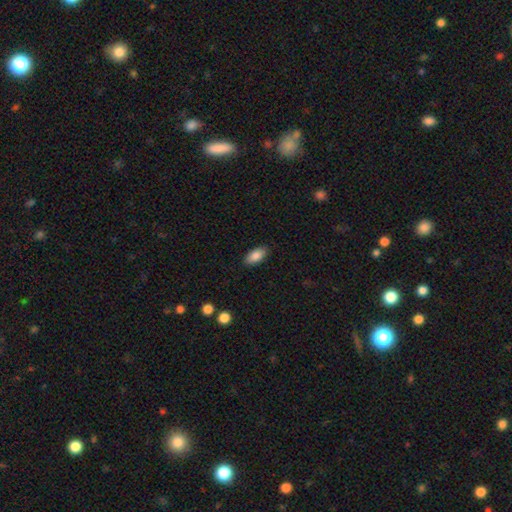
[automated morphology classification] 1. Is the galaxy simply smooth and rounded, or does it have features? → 87% smooth, 7% star or artifact, 6% featured or disk.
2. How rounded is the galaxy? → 91% in between, 7% cigar-shaped, 2% round.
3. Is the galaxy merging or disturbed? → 88% none, 9% minor disturbance, 2% major disturbance, 1% merger.